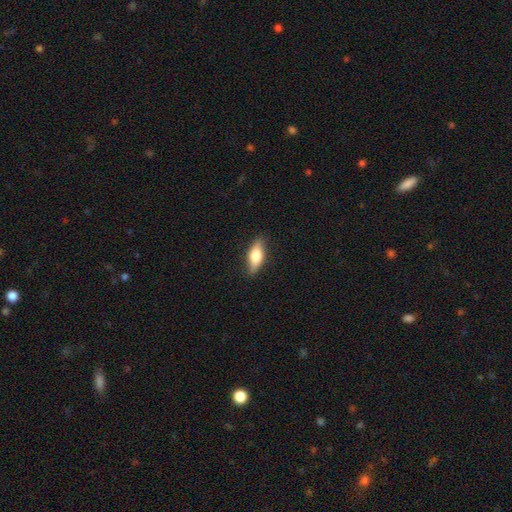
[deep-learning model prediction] This is likely a smooth galaxy (65%). How rounded: likely in between (72%). Merging: clearly none (86%).